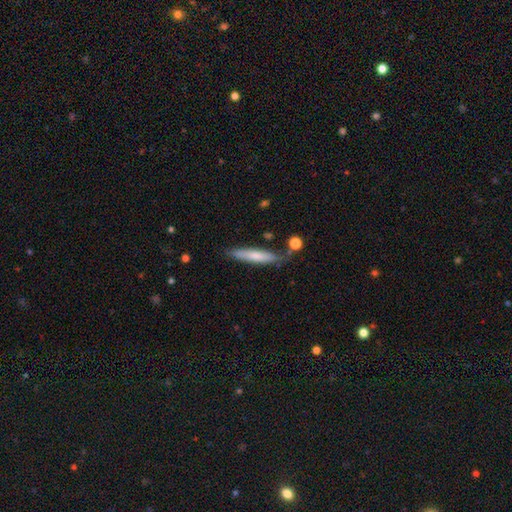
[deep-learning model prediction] Overall: smooth (67%; featured or disk 27%). How rounded: cigar-shaped (89%). Merging: none (72%).